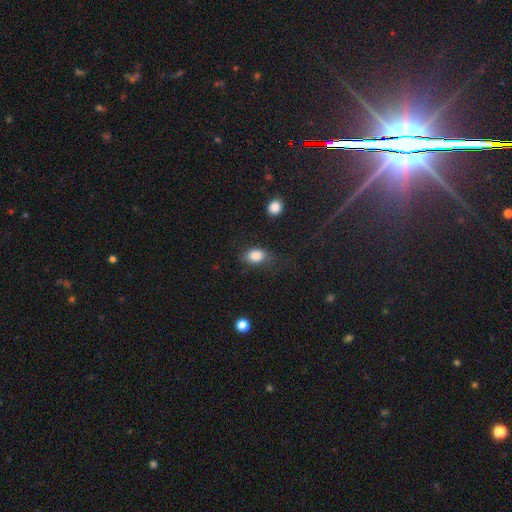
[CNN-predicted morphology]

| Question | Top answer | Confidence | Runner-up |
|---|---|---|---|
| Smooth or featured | smooth | 85% | star or artifact (8%) |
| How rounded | in between | 78% | round (20%) |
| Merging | none | 63% | minor disturbance (25%) |